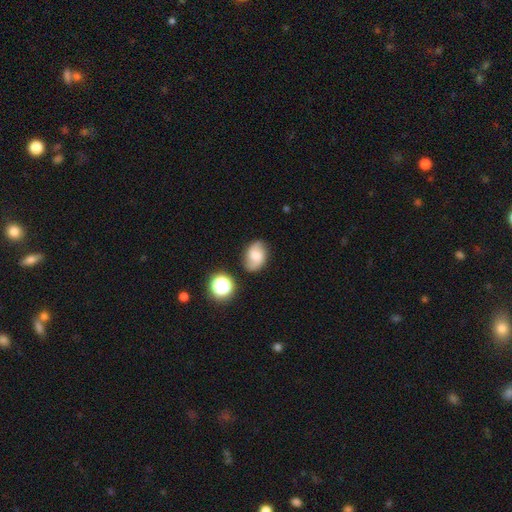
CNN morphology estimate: smooth_or_featured: featured or disk (p=0.47) [alt: smooth p=0.41]
merging: none (p=0.74) [alt: minor disturbance p=0.17]